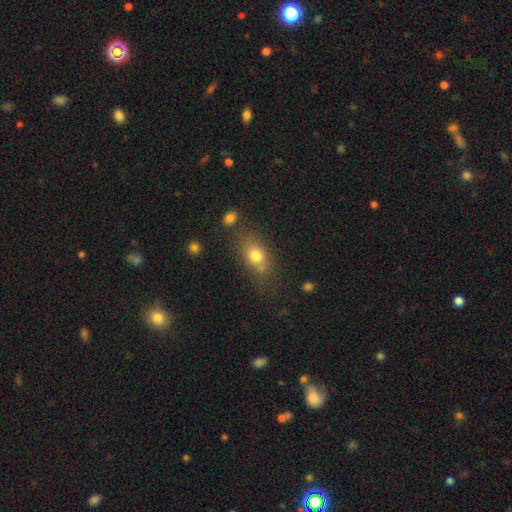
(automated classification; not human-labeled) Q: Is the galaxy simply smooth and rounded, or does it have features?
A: smooth — 76%.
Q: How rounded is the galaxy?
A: in between — 69%.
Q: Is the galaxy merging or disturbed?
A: none — 63%.